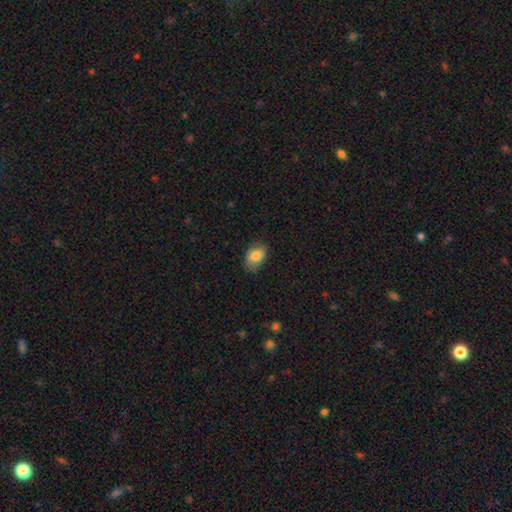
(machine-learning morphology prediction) A smooth galaxy with no disk features (83%) that is in between round and cigar-shaped (83%). Merging: none (68%).